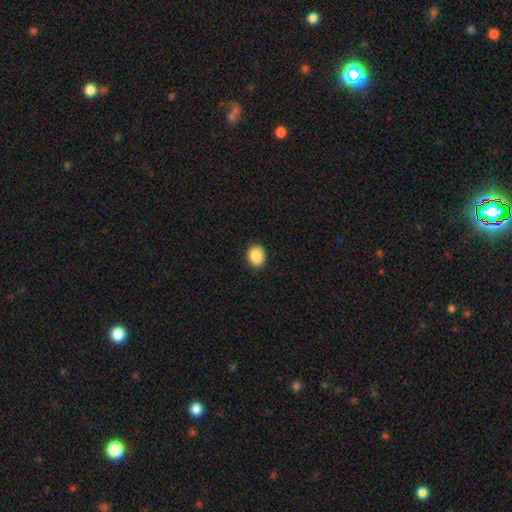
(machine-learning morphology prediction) This appears to be a smooth galaxy with no disk features (87%) that is in between round and cigar-shaped (54%). Merging: none (82%).